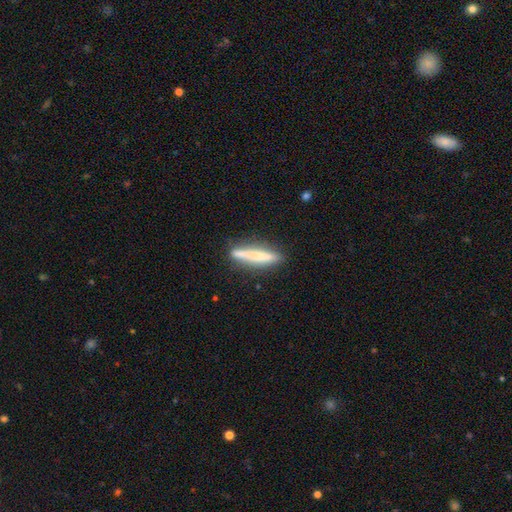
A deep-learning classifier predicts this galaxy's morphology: A smooth galaxy with no disk features (65%) that is cigar-shaped (91%). Merging: none (80%).